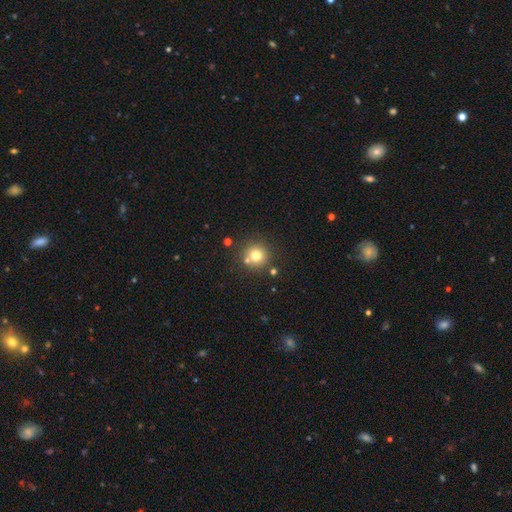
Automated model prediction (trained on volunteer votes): Smooth or featured? Predicted: smooth (p=0.75). How rounded? Predicted: round (p=0.94). Merging? Predicted: none (p=0.76).